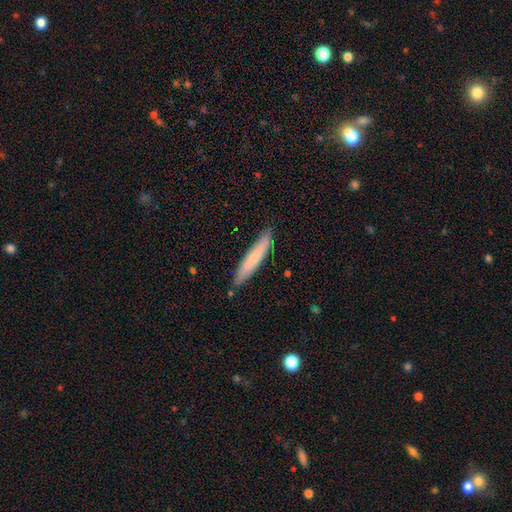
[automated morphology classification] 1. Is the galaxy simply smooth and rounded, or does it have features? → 70% smooth, 25% featured or disk, 6% star or artifact.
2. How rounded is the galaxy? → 91% cigar-shaped, 7% in between, 1% round.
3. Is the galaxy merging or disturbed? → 86% none, 11% minor disturbance, 2% major disturbance, 2% merger.